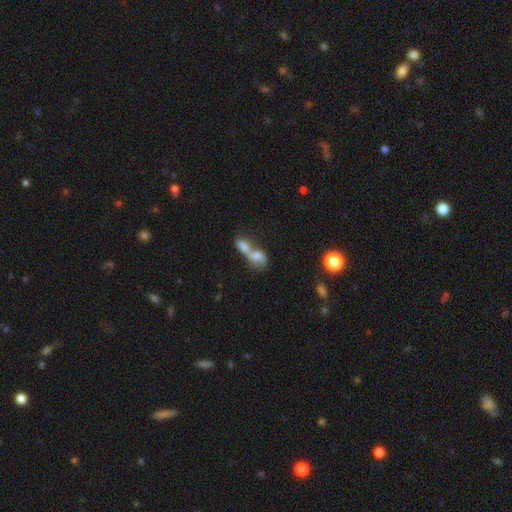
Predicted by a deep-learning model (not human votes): Smooth or featured? Predicted: smooth (p=0.61). How rounded? Predicted: in between (p=0.68). Merging? Predicted: merger (p=0.81).